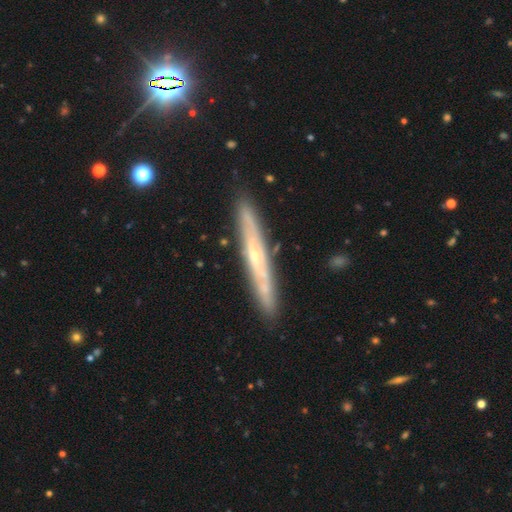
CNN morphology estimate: Overall: featured or disk (69%). Edge-on disk: yes (86%). Edge-on bulge: rounded (52%; none 45%). Merging: none (86%).